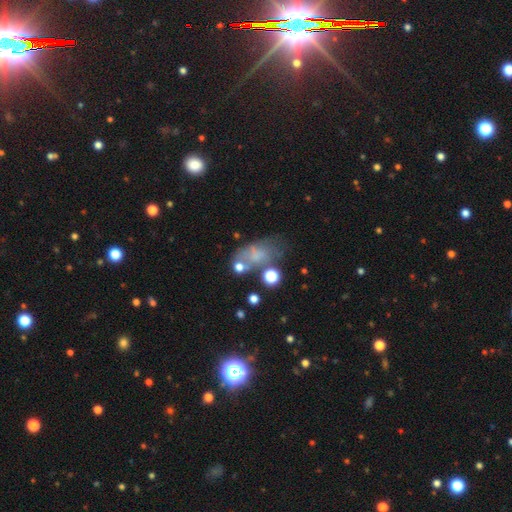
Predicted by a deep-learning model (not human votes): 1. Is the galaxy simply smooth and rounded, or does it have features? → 51% smooth, 30% featured or disk, 19% star or artifact.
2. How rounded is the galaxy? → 82% in between, 13% round, 5% cigar-shaped.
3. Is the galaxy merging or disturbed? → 38% none, 25% minor disturbance, 24% major disturbance, 14% merger.